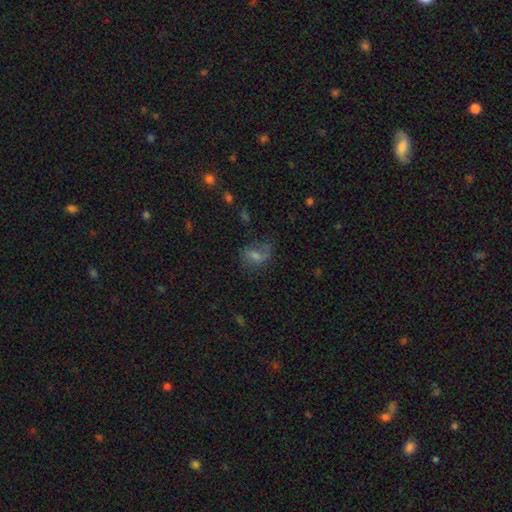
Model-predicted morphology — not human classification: Overall: smooth (48%; featured or disk 30%). Merging: none (47%; minor disturbance 24%).